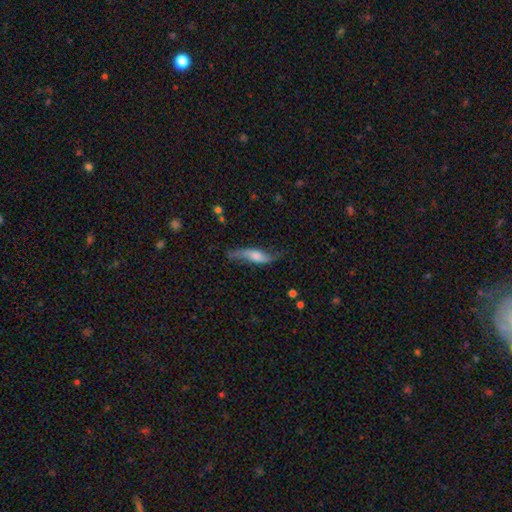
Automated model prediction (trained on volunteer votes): This is likely a featured or disk galaxy (65%). It is likely not viewed edge-on (62%). Merging: likely none (63%).